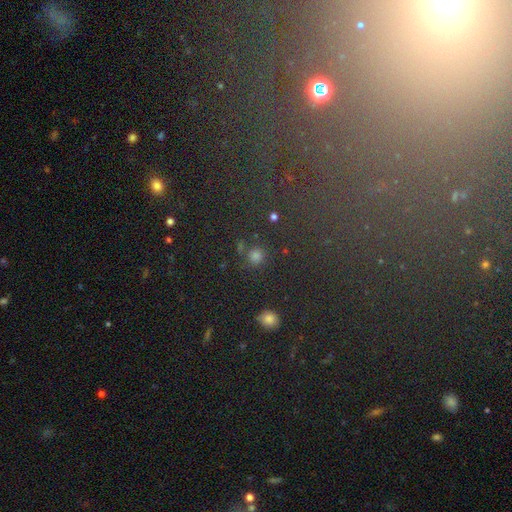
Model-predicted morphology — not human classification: smooth 72%, star or artifact 22%, featured or disk 6%. Down the decision tree: how rounded — round (92%); merging — none (84%).